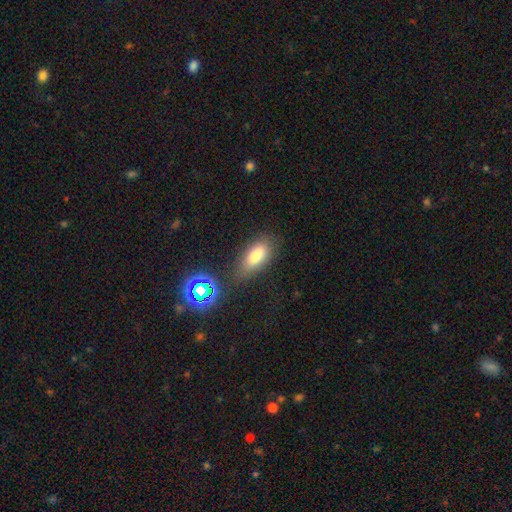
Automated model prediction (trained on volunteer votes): Smooth or featured? smooth (75%)
How rounded? in between (83%)
Merging? none (66%)